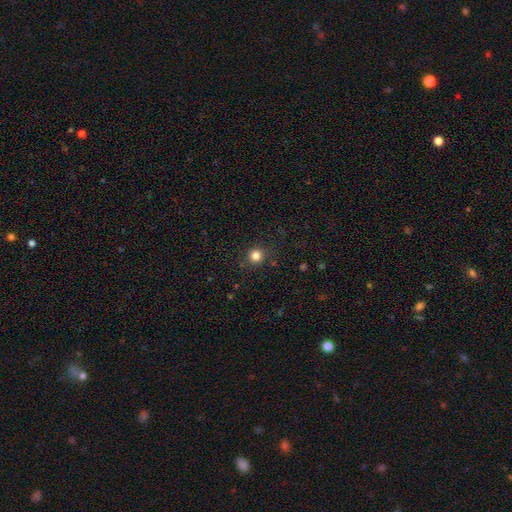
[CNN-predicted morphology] This is clearly a smooth galaxy (82%). How rounded: clearly round (93%). Merging: clearly none (88%).